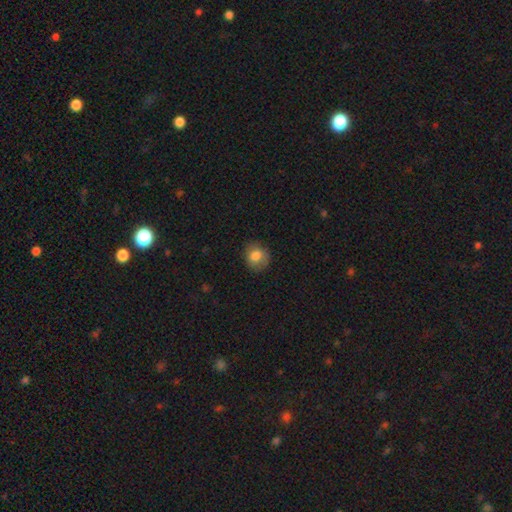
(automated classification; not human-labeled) Smooth or featured? smooth (80%)
How rounded? round (74%)
Merging? none (76%)